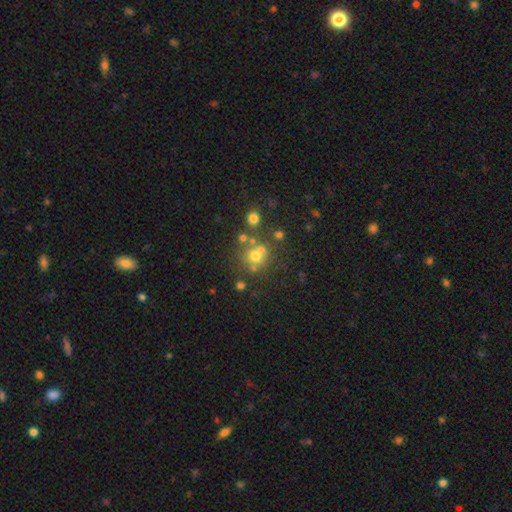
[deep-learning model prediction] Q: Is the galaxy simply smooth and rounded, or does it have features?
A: smooth — 60%.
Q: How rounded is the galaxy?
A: round — 88%.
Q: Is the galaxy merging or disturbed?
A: none — 60%.